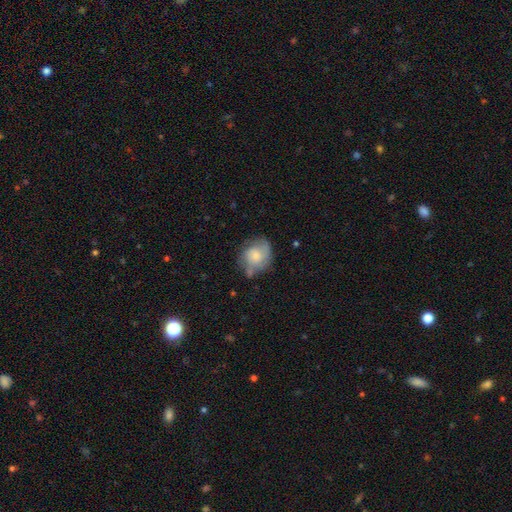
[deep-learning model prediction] Q: Smooth or featured?
A: smooth (49%); runner-up: featured or disk (43%)
Q: Merging?
A: none (56%); runner-up: minor disturbance (27%)